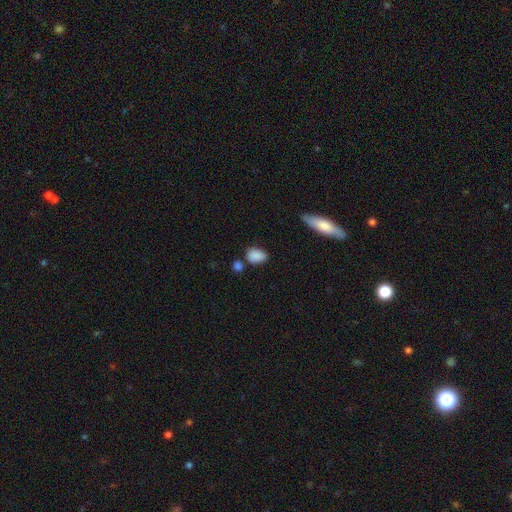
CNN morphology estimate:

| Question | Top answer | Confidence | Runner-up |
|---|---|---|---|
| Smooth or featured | smooth | 87% | star or artifact (8%) |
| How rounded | in between | 82% | round (16%) |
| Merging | none | 63% | minor disturbance (19%) |